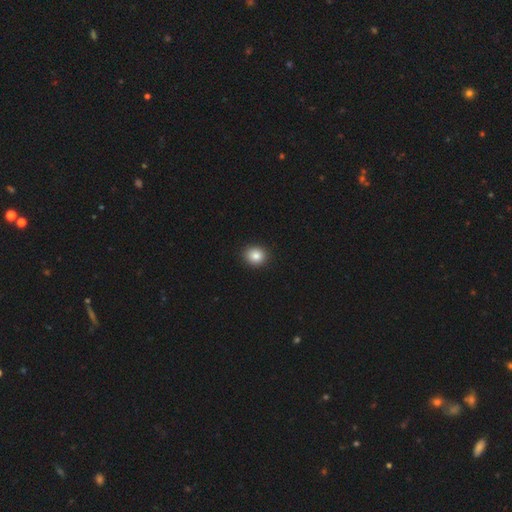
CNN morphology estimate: This appears to be a smooth galaxy with no disk features (85%) that is round (78%). Merging: none (92%).